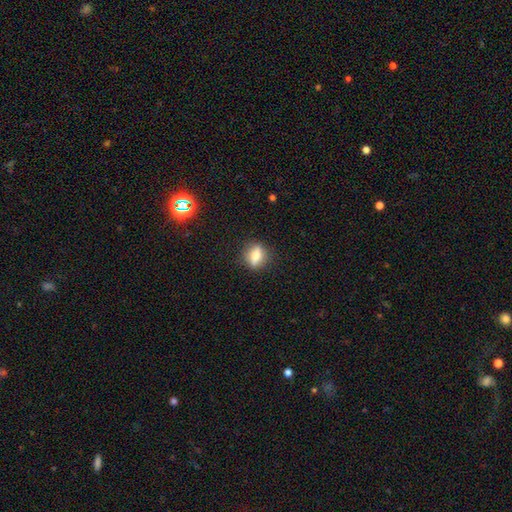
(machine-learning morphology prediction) Smooth or featured?
  - smooth: 64% *
  - featured or disk: 26%
  - star or artifact: 10%
How rounded?
  - in between: 51% *
  - round: 32%
  - cigar-shaped: 17%
Merging?
  - none: 85% *
  - minor disturbance: 11%
  - major disturbance: 4%
  - merger: 1%